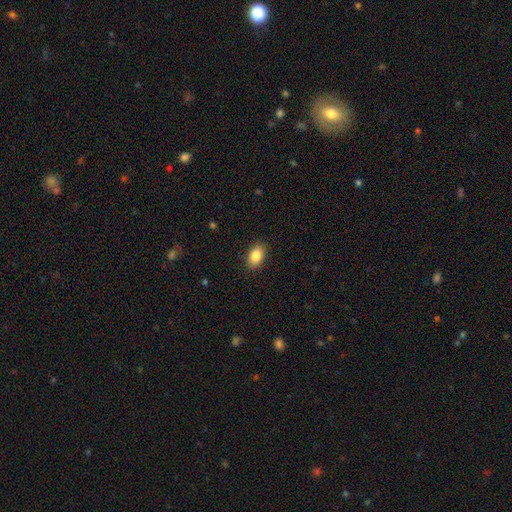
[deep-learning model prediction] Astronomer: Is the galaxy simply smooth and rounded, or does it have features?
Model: smooth — 86%.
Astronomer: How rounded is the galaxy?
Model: in between — 89%.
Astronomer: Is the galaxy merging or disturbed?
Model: none — 89%.